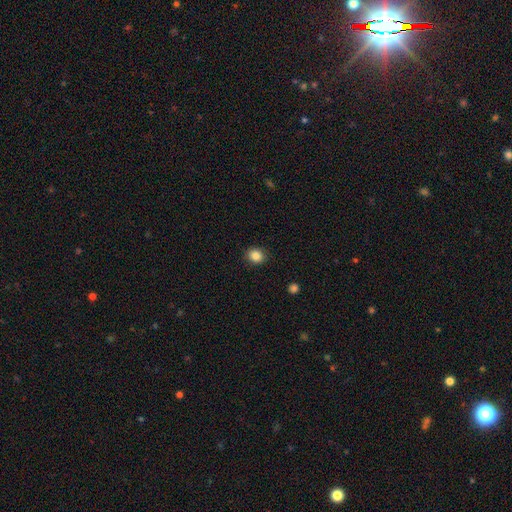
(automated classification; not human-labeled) Overall: smooth (85%). How rounded: round (70%). Merging: none (90%).